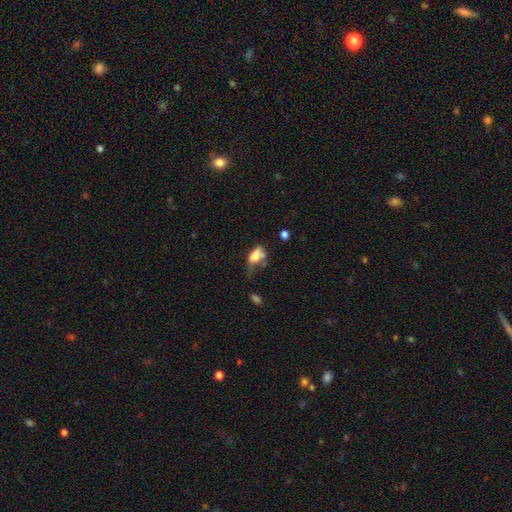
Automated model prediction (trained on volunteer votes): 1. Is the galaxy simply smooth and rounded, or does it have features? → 66% smooth, 23% featured or disk, 11% star or artifact.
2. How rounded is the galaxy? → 83% in between, 10% round, 7% cigar-shaped.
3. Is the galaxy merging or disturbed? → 36% major disturbance, 24% minor disturbance, 20% none, 19% merger.